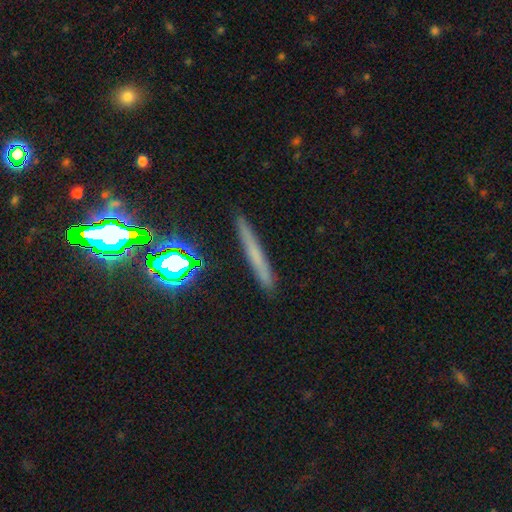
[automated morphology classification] Smooth or featured? smooth (48%)
Merging? none (88%)